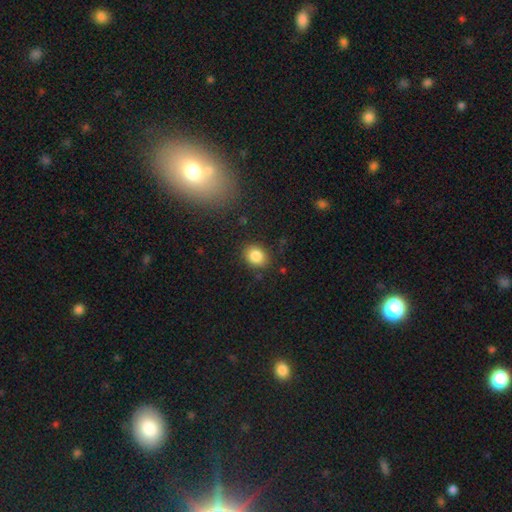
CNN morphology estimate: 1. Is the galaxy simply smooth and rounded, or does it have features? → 85% smooth, 9% star or artifact, 6% featured or disk.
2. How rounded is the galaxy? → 56% round, 43% in between, 1% cigar-shaped.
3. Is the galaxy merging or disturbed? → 83% none, 12% minor disturbance, 3% major disturbance, 2% merger.